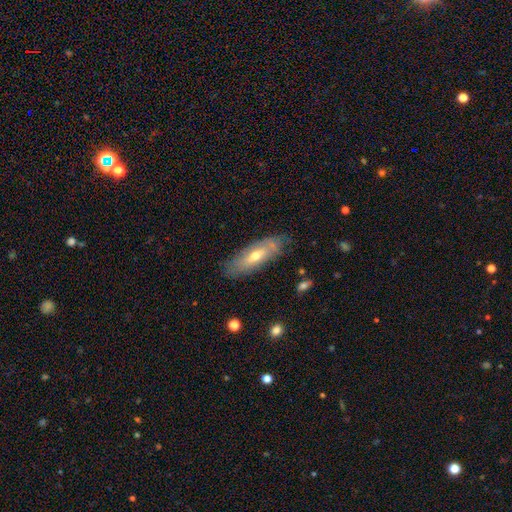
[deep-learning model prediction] Smooth or featured: smooth — 48% (featured or disk — 46%)
Merging: none — 76% (minor disturbance — 17%)